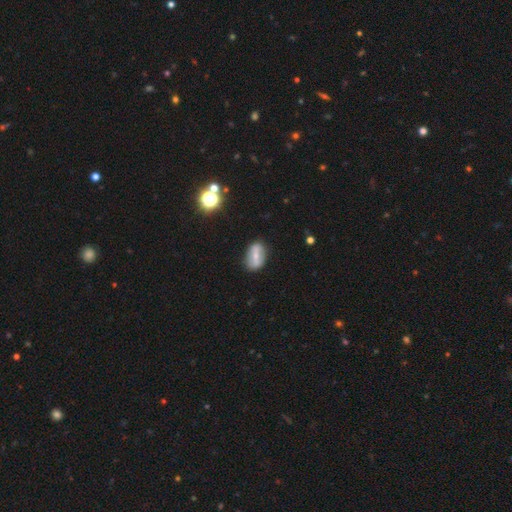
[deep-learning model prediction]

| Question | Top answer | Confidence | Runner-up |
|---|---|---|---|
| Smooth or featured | featured or disk | 49% | smooth (42%) |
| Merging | none | 81% | minor disturbance (13%) |